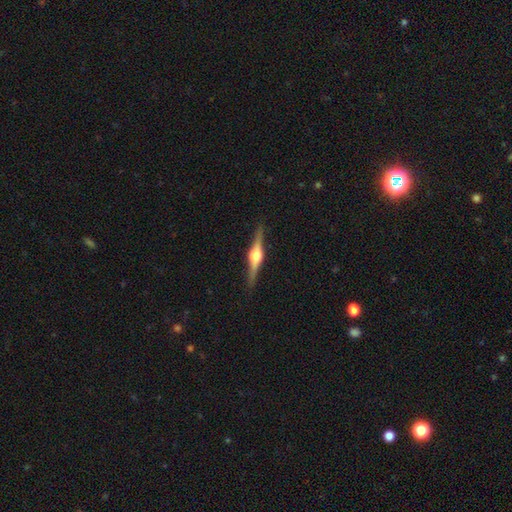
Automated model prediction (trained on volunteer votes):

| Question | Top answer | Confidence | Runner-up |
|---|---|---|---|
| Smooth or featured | featured or disk | 83% | smooth (12%) |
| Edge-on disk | yes | 98% | no (2%) |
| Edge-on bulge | rounded | 94% | boxy (5%) |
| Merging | none | 90% | minor disturbance (7%) |